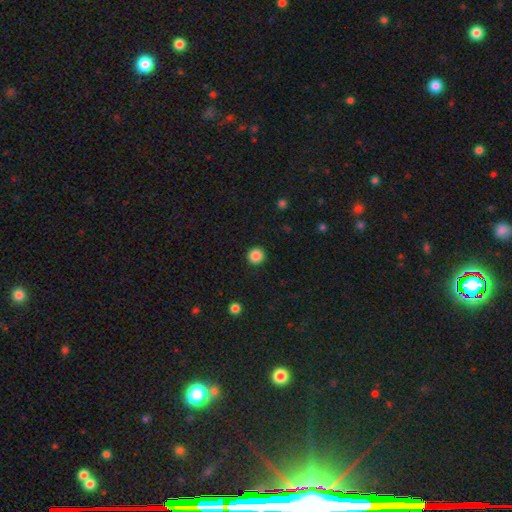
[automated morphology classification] A smooth galaxy with no disk features (87%) that is round (96%).

Vote fractions:
- Smooth or featured? smooth: 87% / star or artifact: 10% / featured or disk: 3%
- How rounded? round: 96% / in between: 3% / cigar-shaped: 1%
- Merging? none: 93% / minor disturbance: 4% / major disturbance: 2% / merger: 1%